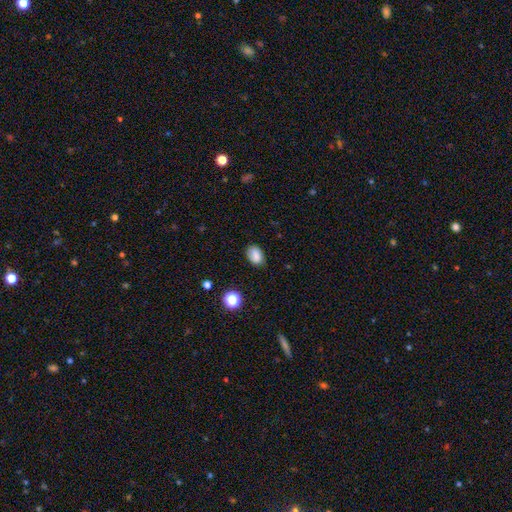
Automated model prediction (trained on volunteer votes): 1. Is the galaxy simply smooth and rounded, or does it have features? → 81% smooth, 11% star or artifact, 8% featured or disk.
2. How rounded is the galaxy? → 77% in between, 21% round, 1% cigar-shaped.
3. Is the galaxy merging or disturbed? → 77% none, 18% minor disturbance, 4% major disturbance, 2% merger.